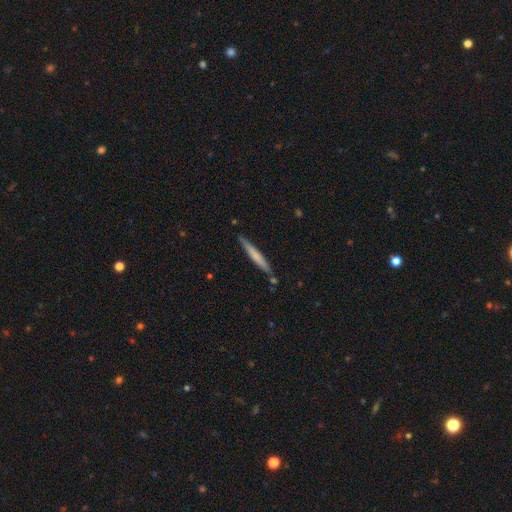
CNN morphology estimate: Smooth or featured? smooth (61%)
How rounded? cigar-shaped (96%)
Merging? none (84%)